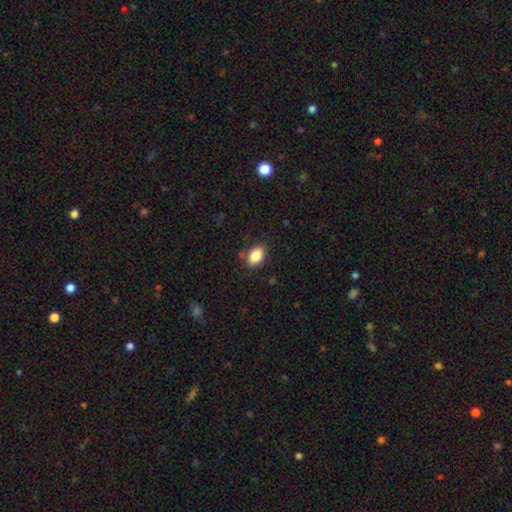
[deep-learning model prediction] This is clearly a smooth galaxy (85%). How rounded: clearly in between (86%). Merging: clearly none (83%).